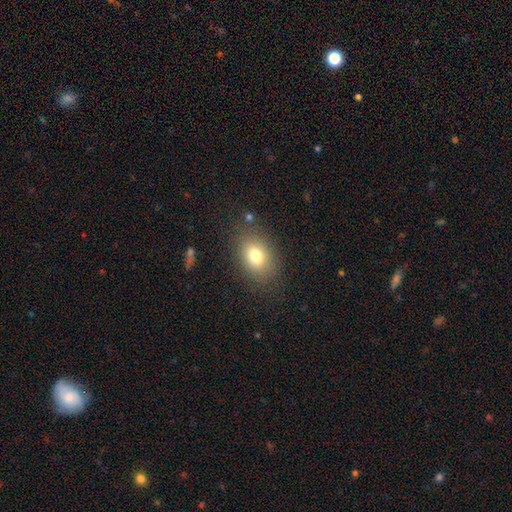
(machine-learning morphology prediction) This appears to be a smooth galaxy with no disk features (77%) that is in between round and cigar-shaped (70%). Merging: none (81%).